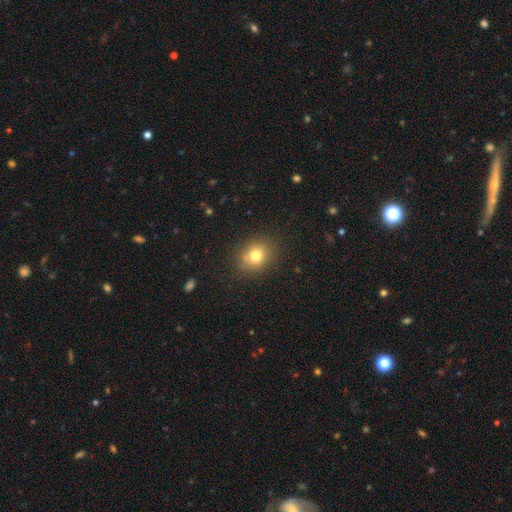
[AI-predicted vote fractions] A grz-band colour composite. It shows a smooth galaxy with no disk features (76%) that is round (61%). Merging: none (82%).